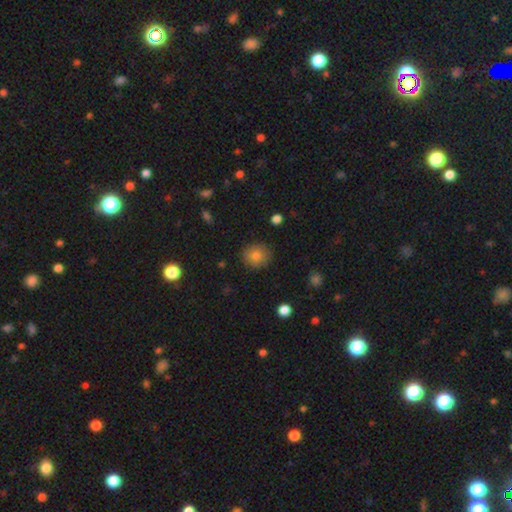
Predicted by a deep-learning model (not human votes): This appears to be a smooth galaxy with no disk features (80%) that is round (88%). Merging: none (87%).